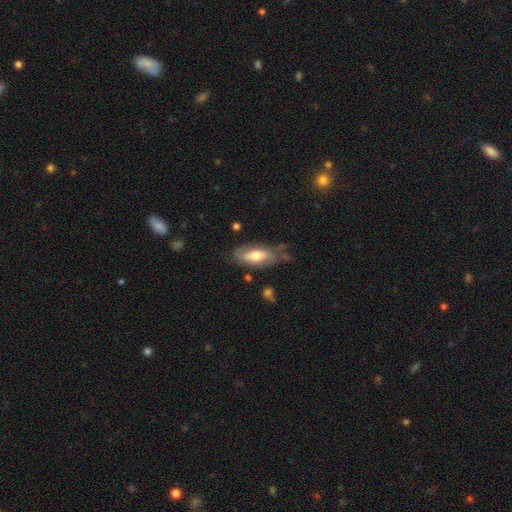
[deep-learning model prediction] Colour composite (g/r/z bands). It shows a smooth galaxy with no disk features (55%) that is in between round and cigar-shaped (74%). Merging: none (51%).